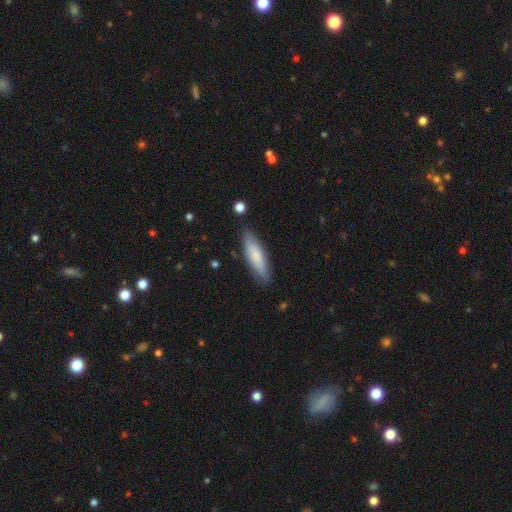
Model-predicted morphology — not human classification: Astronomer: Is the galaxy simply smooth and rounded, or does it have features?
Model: smooth — 75%.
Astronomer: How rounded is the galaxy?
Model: cigar-shaped — 64%.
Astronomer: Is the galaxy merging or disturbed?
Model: none — 83%.